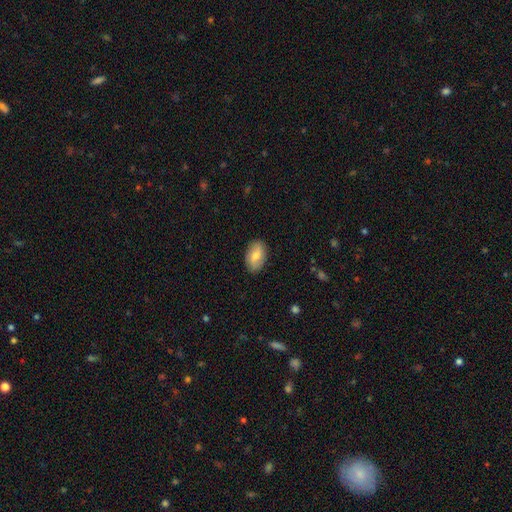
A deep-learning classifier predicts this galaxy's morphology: Smooth or featured? smooth (68%)
How rounded? in between (92%)
Merging? none (86%)